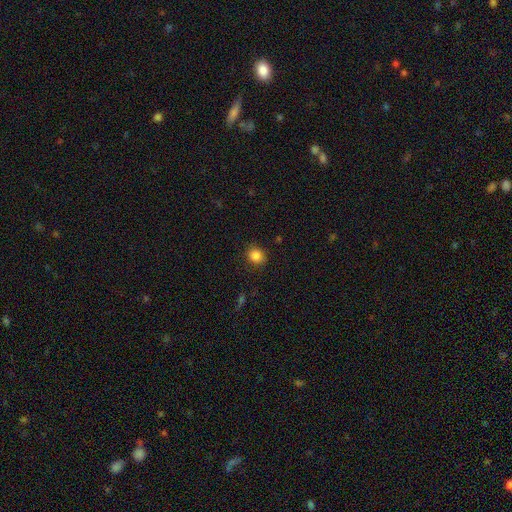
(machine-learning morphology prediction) Q: Smooth or featured?
A: smooth (86%); runner-up: star or artifact (11%)
Q: How rounded?
A: round (76%); runner-up: in between (23%)
Q: Merging?
A: none (87%); runner-up: minor disturbance (9%)